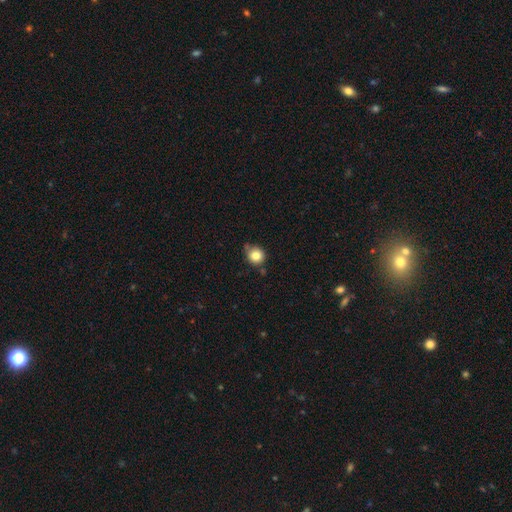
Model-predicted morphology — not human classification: smooth_or_featured: smooth (p=0.82) [alt: star or artifact p=0.11]
how_rounded: round (p=0.88) [alt: in between p=0.11]
merging: none (p=0.71) [alt: minor disturbance p=0.18]